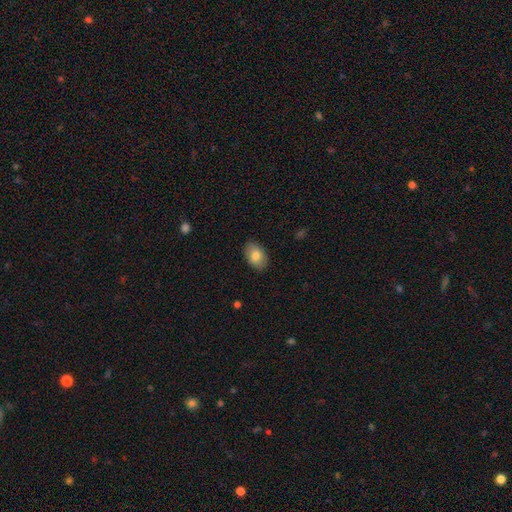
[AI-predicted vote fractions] Q: Smooth or featured?
A: smooth (80%); runner-up: featured or disk (13%)
Q: How rounded?
A: in between (88%); runner-up: round (11%)
Q: Merging?
A: none (88%); runner-up: minor disturbance (9%)